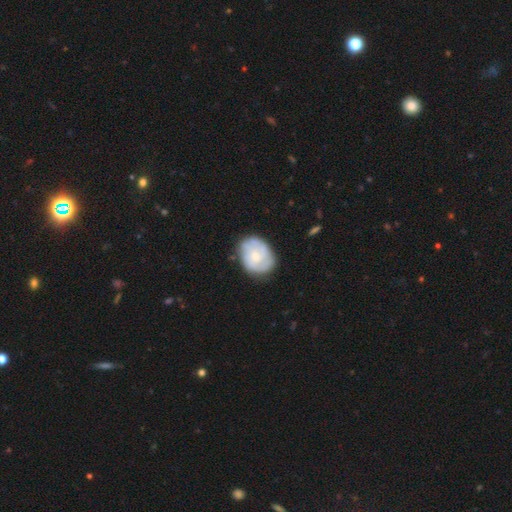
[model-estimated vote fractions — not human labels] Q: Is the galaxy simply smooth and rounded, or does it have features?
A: featured or disk — 59%.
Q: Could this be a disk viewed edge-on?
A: no — 98%.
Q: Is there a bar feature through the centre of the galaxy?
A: no — 70%.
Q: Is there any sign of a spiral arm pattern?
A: yes — 75%.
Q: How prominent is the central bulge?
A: small — 49%.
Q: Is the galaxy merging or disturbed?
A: none — 69%.